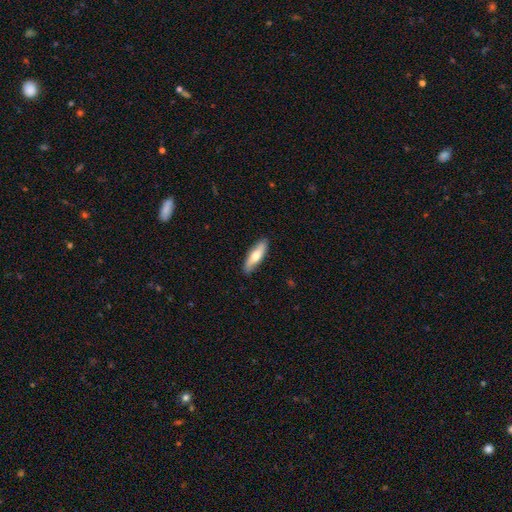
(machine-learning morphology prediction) Smooth or featured?
  - smooth: 62% *
  - featured or disk: 32%
  - star or artifact: 5%
How rounded?
  - cigar-shaped: 60% *
  - in between: 38%
  - round: 2%
Merging?
  - none: 86% *
  - minor disturbance: 11%
  - major disturbance: 2%
  - merger: 1%